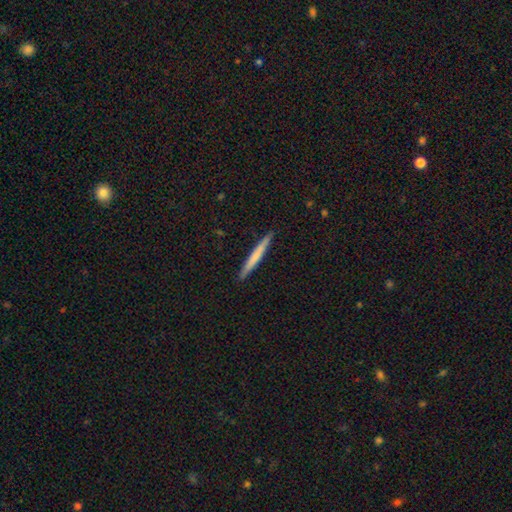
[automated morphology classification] A smooth galaxy with no disk features (63%) that is cigar-shaped (97%).

Vote fractions:
- Smooth or featured? smooth: 63% / featured or disk: 32% / star or artifact: 5%
- How rounded? cigar-shaped: 97% / in between: 2% / round: 1%
- Merging? none: 92% / minor disturbance: 6% / major disturbance: 1% / merger: 1%